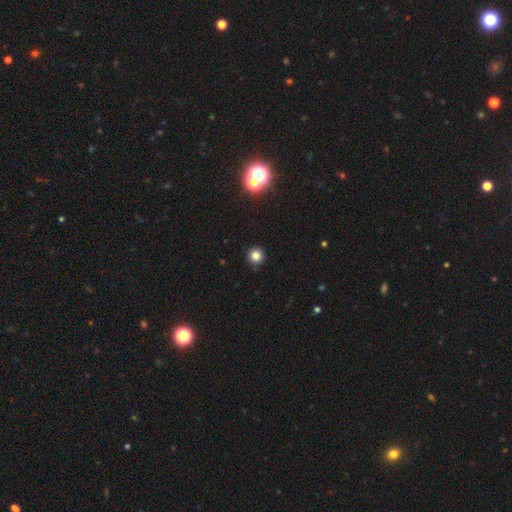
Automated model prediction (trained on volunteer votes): A smooth galaxy with no disk features (81%) that is round (95%).

Vote fractions:
- Smooth or featured? smooth: 81% / star or artifact: 15% / featured or disk: 5%
- How rounded? round: 95% / in between: 4% / cigar-shaped: 1%
- Merging? none: 92% / minor disturbance: 5% / major disturbance: 2% / merger: 1%